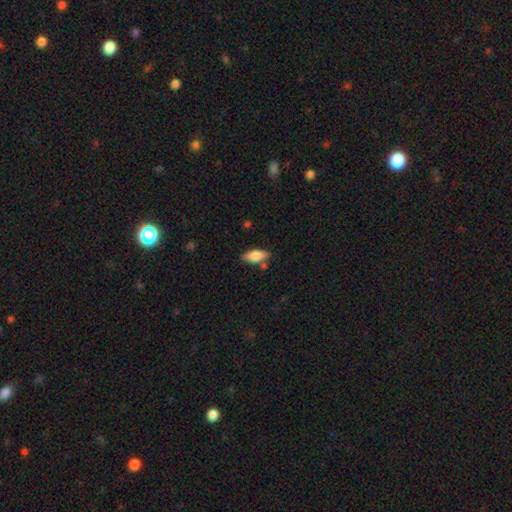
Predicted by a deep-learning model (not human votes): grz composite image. It shows a smooth galaxy with no disk features (72%) that is in between round and cigar-shaped (79%). Merging: none (78%).